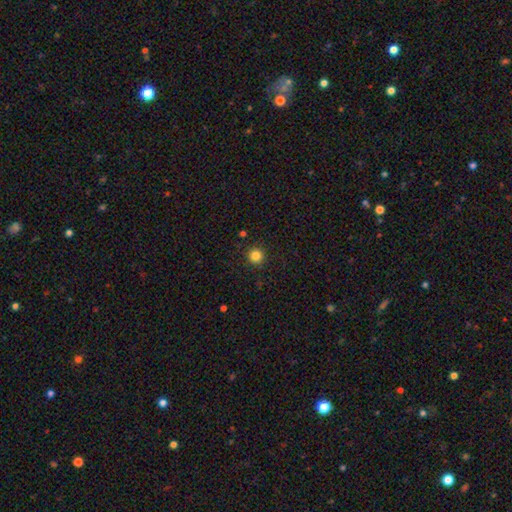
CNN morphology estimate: smooth-or-featured: smooth: 83% | star or artifact: 12% | featured or disk: 4%
  how-rounded: round: 96% | in between: 3% | cigar-shaped: 1%
  merging: none: 92% | minor disturbance: 5% | major disturbance: 2% | merger: 1%